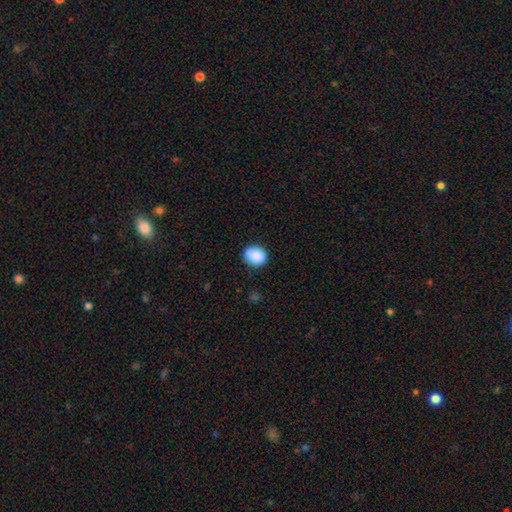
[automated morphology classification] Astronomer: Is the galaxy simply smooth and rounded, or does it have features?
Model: smooth — 88%.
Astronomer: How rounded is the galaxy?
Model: round — 52% (runner-up: in between, 47%).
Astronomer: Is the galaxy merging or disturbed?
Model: none — 83%.